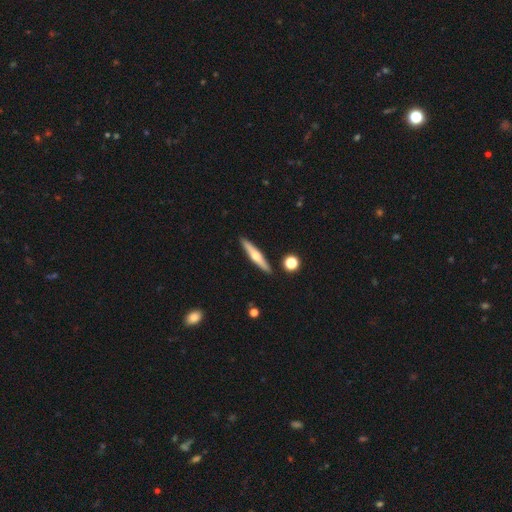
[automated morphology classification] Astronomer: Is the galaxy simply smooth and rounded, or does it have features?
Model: featured or disk — 57% (runner-up: smooth, 37%).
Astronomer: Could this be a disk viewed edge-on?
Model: yes — 96%.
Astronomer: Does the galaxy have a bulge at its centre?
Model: rounded — 90%.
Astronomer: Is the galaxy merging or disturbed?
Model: none — 90%.